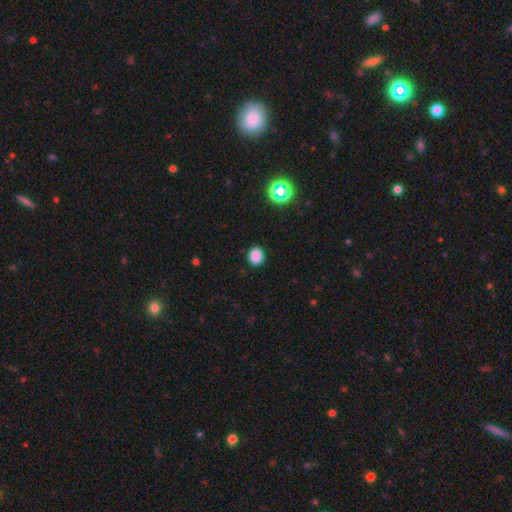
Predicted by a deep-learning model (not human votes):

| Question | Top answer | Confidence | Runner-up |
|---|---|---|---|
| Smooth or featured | smooth | 83% | star or artifact (13%) |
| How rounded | round | 69% | in between (30%) |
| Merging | none | 90% | minor disturbance (7%) |